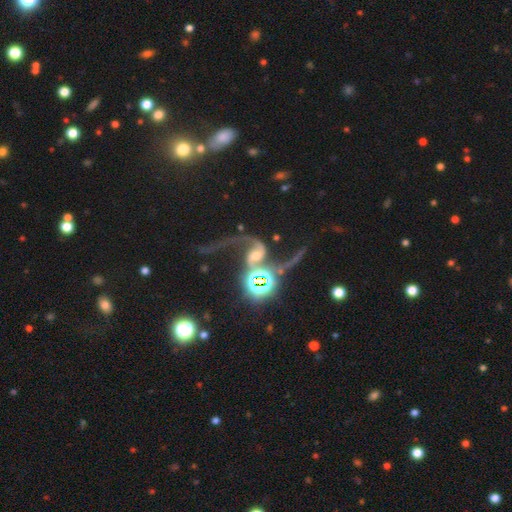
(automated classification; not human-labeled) Smooth or featured: featured or disk — 79% (star or artifact — 14%)
Edge-on disk: no — 97% (yes — 3%)
Bar: no — 50% (weak — 29%)
Spiral arms: yes — 95% (no — 5%)
Spiral winding: loose — 88% (medium — 10%)
Spiral arm count: 2 — 91% (1 — 5%)
Bulge size: moderate — 48% (small — 25%)
Merging: none — 35% (merger — 28%)